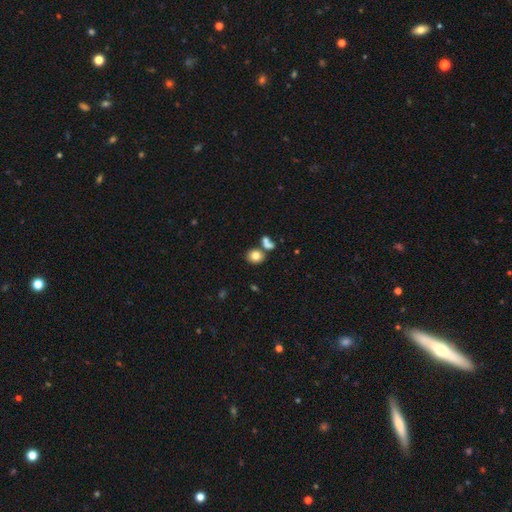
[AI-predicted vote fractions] Smooth or featured? Predicted: smooth (p=0.81). How rounded? Predicted: round (p=0.66). Merging? Predicted: none (p=0.63).